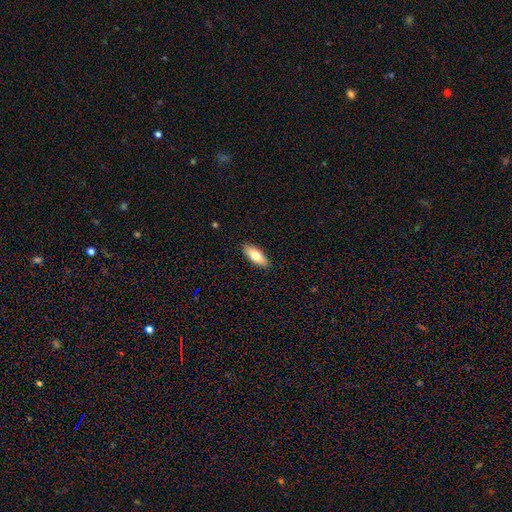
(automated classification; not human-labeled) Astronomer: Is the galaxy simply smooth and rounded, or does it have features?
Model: smooth — 75%.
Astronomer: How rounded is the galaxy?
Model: in between — 76%.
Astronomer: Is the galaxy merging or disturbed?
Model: none — 89%.